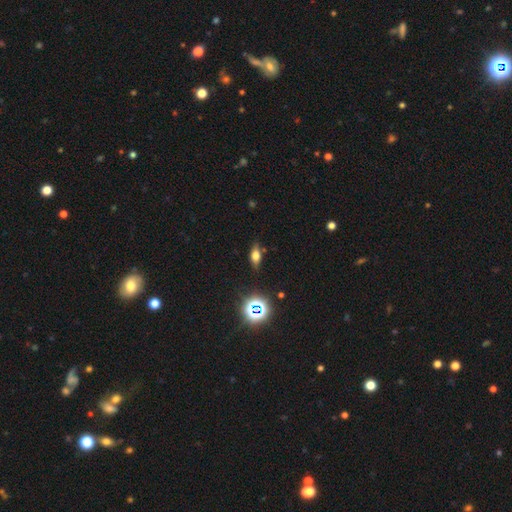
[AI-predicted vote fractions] Smooth or featured? Predicted: smooth (p=0.56). How rounded? Predicted: in between (p=0.71). Merging? Predicted: none (p=0.80).